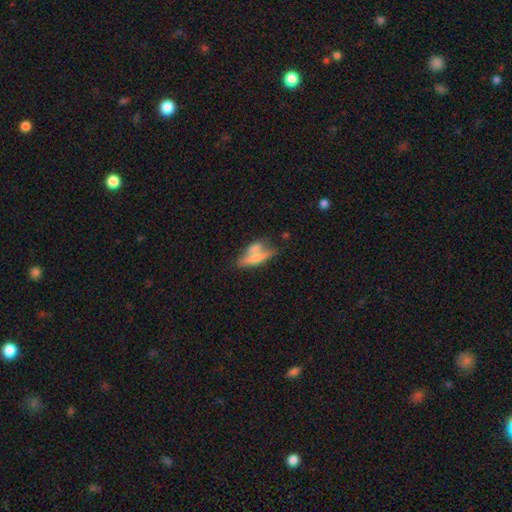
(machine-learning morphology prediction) Smooth or featured? Predicted: smooth (p=0.62). How rounded? Predicted: cigar-shaped (p=0.55). Merging? Predicted: none (p=0.42).